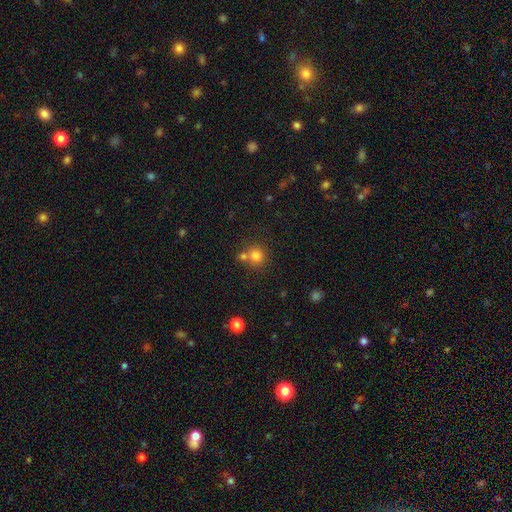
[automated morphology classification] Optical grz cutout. It shows a smooth galaxy with no disk features (79%) that is round (89%). Merging: none (59%).